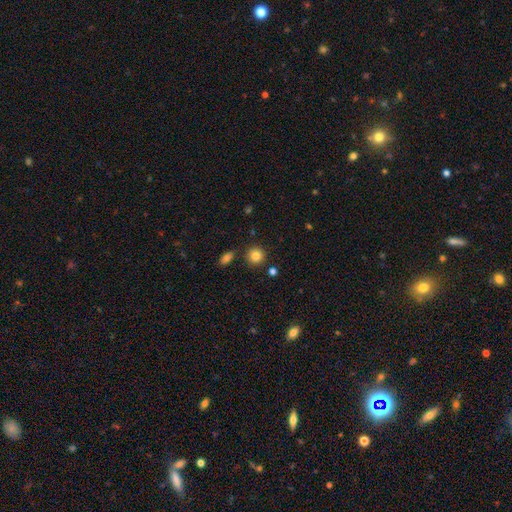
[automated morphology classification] smooth-or-featured: smooth: 85% | star or artifact: 10% | featured or disk: 5%
  how-rounded: round: 91% | in between: 8% | cigar-shaped: 1%
  merging: none: 86% | minor disturbance: 7% | merger: 5% | major disturbance: 2%